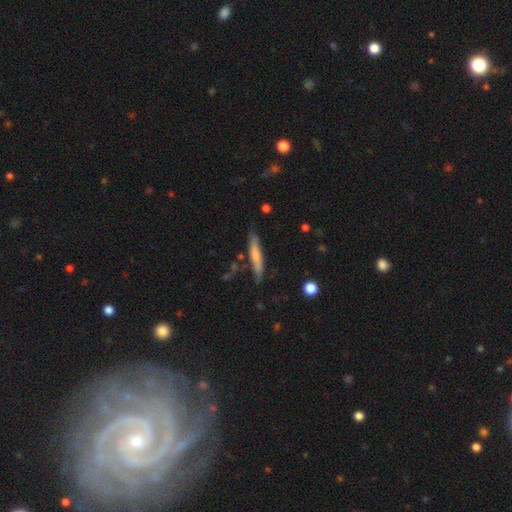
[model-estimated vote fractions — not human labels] A smooth galaxy with no disk features (62%) that is cigar-shaped (91%).

Vote fractions:
- Smooth or featured? smooth: 62% / featured or disk: 32% / star or artifact: 6%
- How rounded? cigar-shaped: 91% / in between: 8% / round: 2%
- Merging? none: 77% / minor disturbance: 16% / merger: 4% / major disturbance: 3%